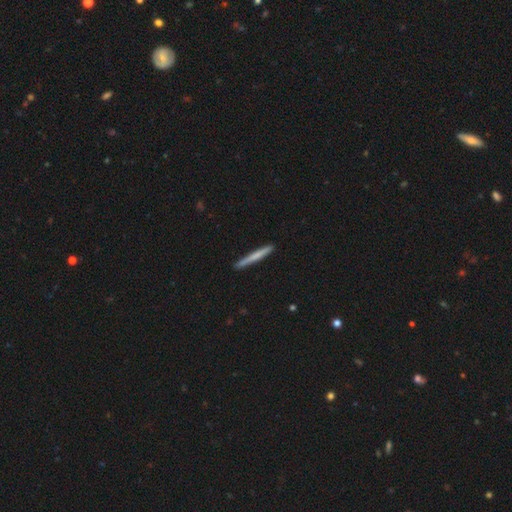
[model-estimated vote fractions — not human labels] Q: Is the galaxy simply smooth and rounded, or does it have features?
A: smooth — 63%.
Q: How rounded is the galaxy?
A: cigar-shaped — 97%.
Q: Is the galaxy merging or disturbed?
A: none — 90%.